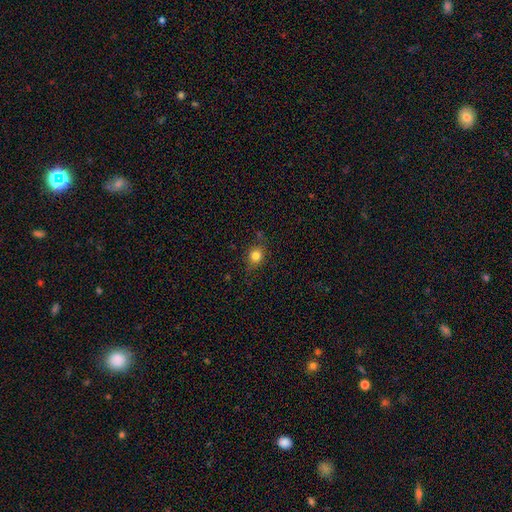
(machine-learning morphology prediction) This is clearly a smooth galaxy (81%). How rounded: likely round (73%). Merging: likely none (77%).